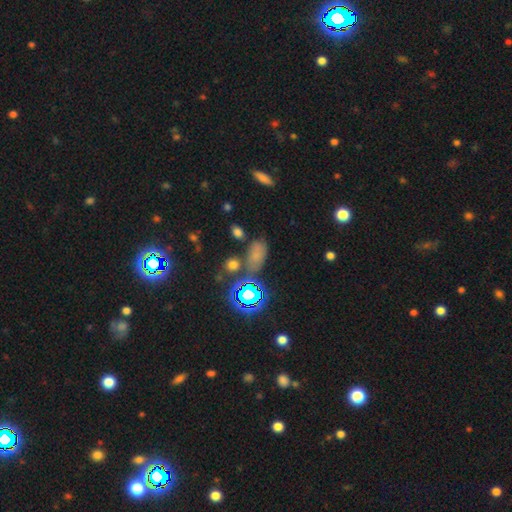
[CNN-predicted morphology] A smooth galaxy with no disk features (53%) that is in between round and cigar-shaped (80%).

Vote fractions:
- Smooth or featured? smooth: 53% / star or artifact: 36% / featured or disk: 10%
- How rounded? in between: 80% / round: 14% / cigar-shaped: 6%
- Merging? none: 62% / minor disturbance: 18% / merger: 12% / major disturbance: 8%